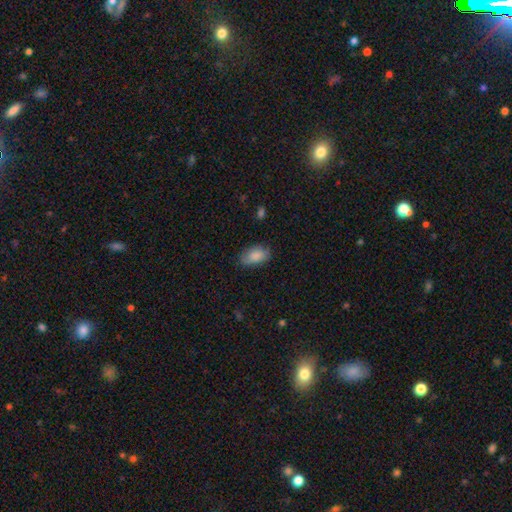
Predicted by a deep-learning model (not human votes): smooth-or-featured: smooth: 85% | featured or disk: 8% | star or artifact: 7%
  how-rounded: in between: 92% | round: 5% | cigar-shaped: 3%
  merging: none: 74% | minor disturbance: 20% | major disturbance: 4% | merger: 1%